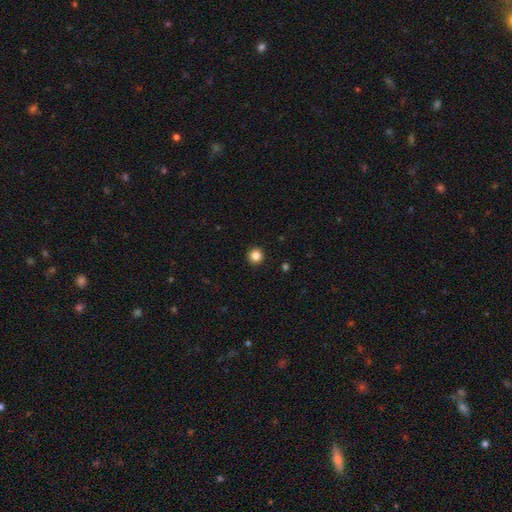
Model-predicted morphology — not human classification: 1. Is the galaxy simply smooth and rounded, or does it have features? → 85% smooth, 11% star or artifact, 4% featured or disk.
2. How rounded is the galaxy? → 95% round, 4% in between, 1% cigar-shaped.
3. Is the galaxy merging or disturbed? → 94% none, 4% minor disturbance, 1% major disturbance, 1% merger.